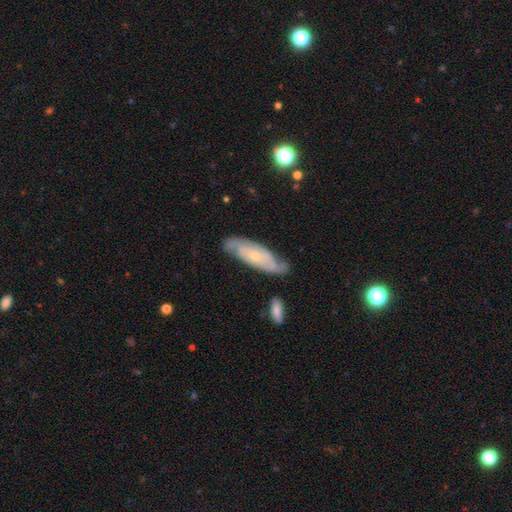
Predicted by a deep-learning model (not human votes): Q: Smooth or featured?
A: featured or disk (70%); runner-up: smooth (24%)
Q: Edge-on disk?
A: no (82%); runner-up: yes (18%)
Q: Bar?
A: no (73%); runner-up: weak (21%)
Q: Spiral arms?
A: yes (87%); runner-up: no (13%)
Q: Bulge size?
A: small (72%); runner-up: moderate (24%)
Q: Merging?
A: none (72%); runner-up: minor disturbance (19%)